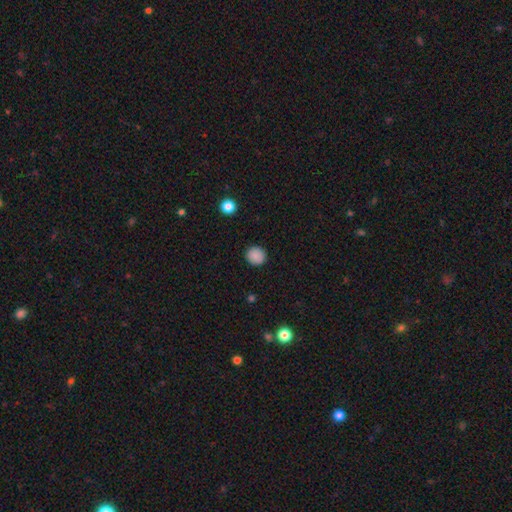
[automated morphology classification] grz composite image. It shows a smooth galaxy with no disk features (87%) that is round (92%). Merging: none (91%).